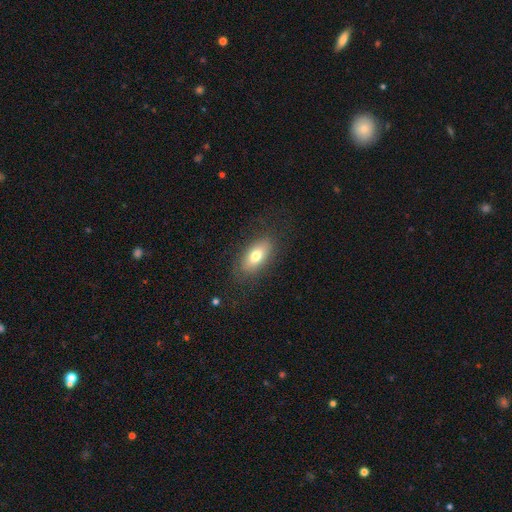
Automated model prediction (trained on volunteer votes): Overall: smooth (72%). How rounded: in between (88%). Merging: none (81%).